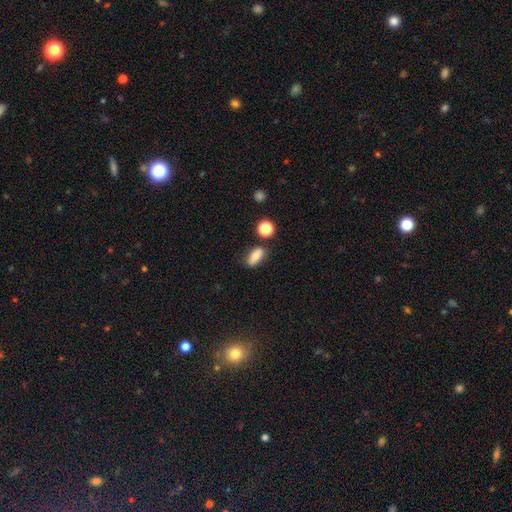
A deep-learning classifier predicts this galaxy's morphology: Q: Smooth or featured?
A: smooth (83%); runner-up: star or artifact (9%)
Q: How rounded?
A: in between (76%); runner-up: cigar-shaped (15%)
Q: Merging?
A: none (76%); runner-up: minor disturbance (15%)